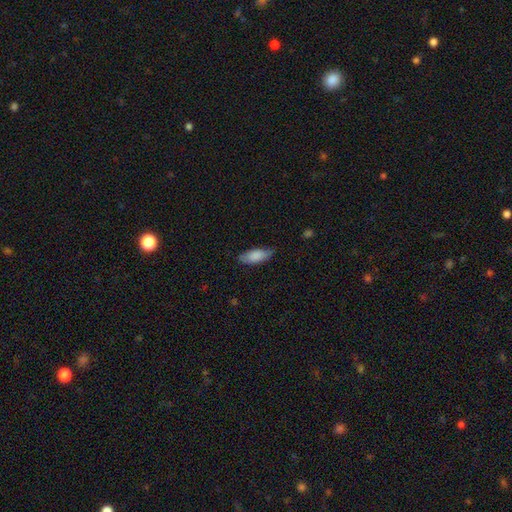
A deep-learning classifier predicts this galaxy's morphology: smooth_or_featured: smooth (p=0.83) [alt: featured or disk p=0.11]
how_rounded: in between (p=0.79) [alt: cigar-shaped p=0.19]
merging: none (p=0.73) [alt: minor disturbance p=0.22]